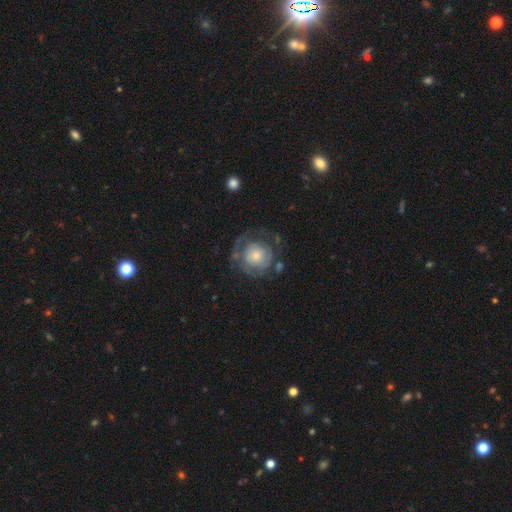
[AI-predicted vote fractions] Smooth or featured?
  - featured or disk: 57% *
  - smooth: 37%
  - star or artifact: 7%
Edge-on disk?
  - no: 97% *
  - yes: 3%
Bar?
  - no: 85% *
  - weak: 12%
  - strong: 3%
Spiral arms?
  - yes: 63% *
  - no: 37%
Bulge size?
  - small: 53% *
  - moderate: 29%
  - large: 12%
  - none: 3%
  - dominant: 3%
Merging?
  - none: 56% *
  - major disturbance: 21%
  - minor disturbance: 19%
  - merger: 4%